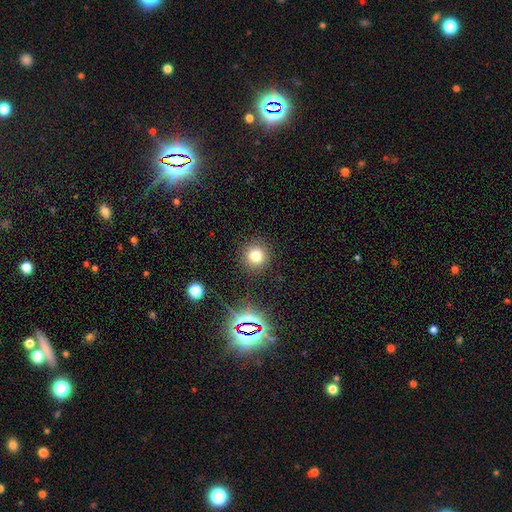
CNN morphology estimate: A smooth galaxy with no disk features (75%) that is round (93%).

Vote fractions:
- Smooth or featured? smooth: 75% / star or artifact: 18% / featured or disk: 7%
- How rounded? round: 93% / in between: 6% / cigar-shaped: 1%
- Merging? none: 90% / minor disturbance: 6% / major disturbance: 3% / merger: 2%